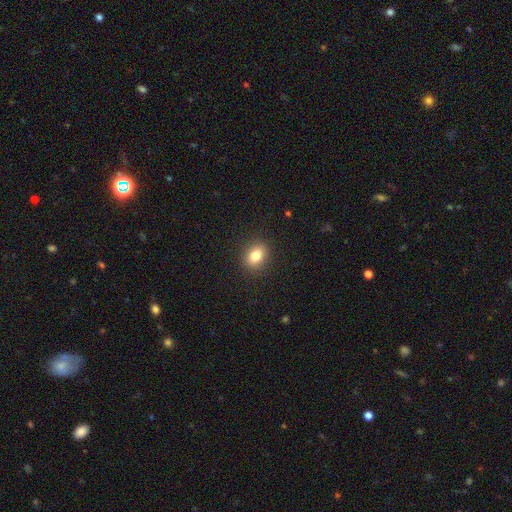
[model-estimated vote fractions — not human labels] This appears to be a smooth galaxy with no disk features (82%) that is in between round and cigar-shaped (62%). Merging: none (89%).